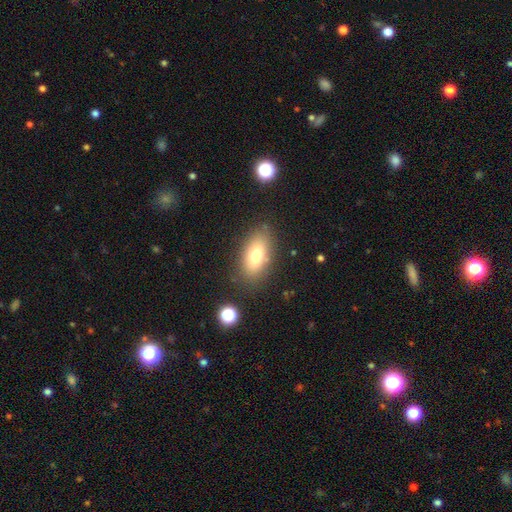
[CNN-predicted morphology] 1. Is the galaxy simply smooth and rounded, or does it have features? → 74% smooth, 15% featured or disk, 10% star or artifact.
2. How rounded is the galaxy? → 87% in between, 7% round, 6% cigar-shaped.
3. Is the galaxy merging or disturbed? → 81% none, 12% minor disturbance, 4% major disturbance, 3% merger.